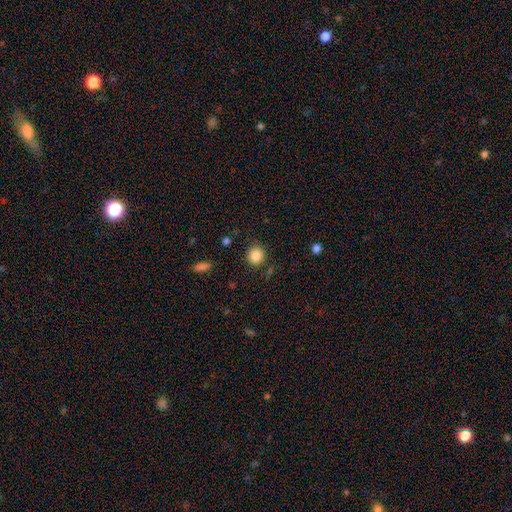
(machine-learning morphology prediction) This is clearly a smooth galaxy (86%). How rounded: clearly round (89%). Merging: clearly none (85%).